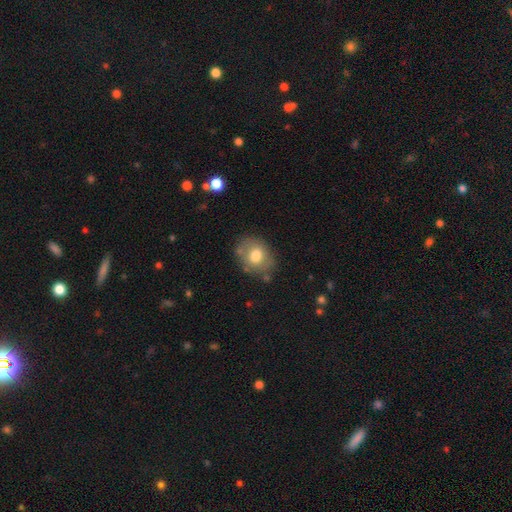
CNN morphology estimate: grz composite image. It shows a smooth galaxy with no disk features (72%) that is round (52%). Merging: none (71%).